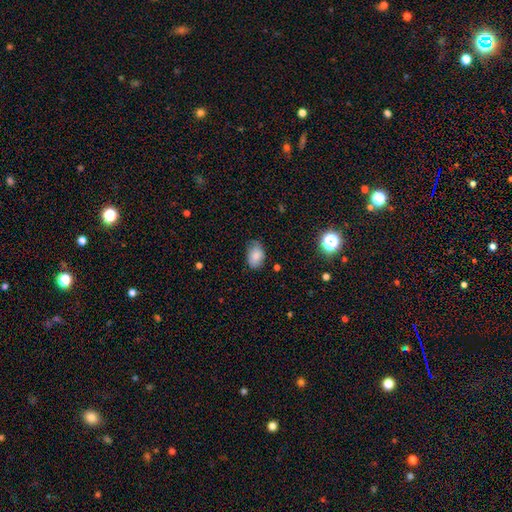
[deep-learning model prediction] Smooth or featured?
  - smooth: 81% *
  - featured or disk: 10%
  - star or artifact: 9%
How rounded?
  - in between: 84% *
  - round: 15%
  - cigar-shaped: 1%
Merging?
  - none: 64% *
  - minor disturbance: 29%
  - major disturbance: 6%
  - merger: 2%